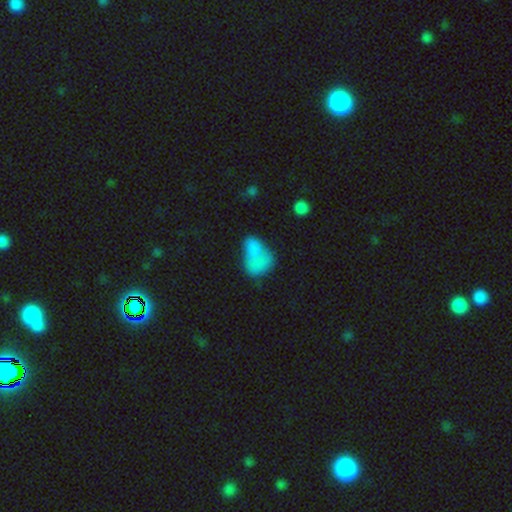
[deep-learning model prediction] This is likely a smooth galaxy (74%). How rounded: likely in between (78%). Merging: possibly merger (47%).